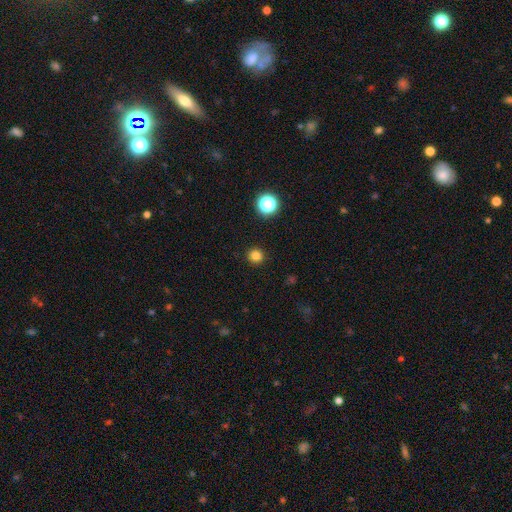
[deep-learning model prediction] Smooth or featured? Predicted: smooth (p=0.82). How rounded? Predicted: round (p=0.94). Merging? Predicted: none (p=0.92).